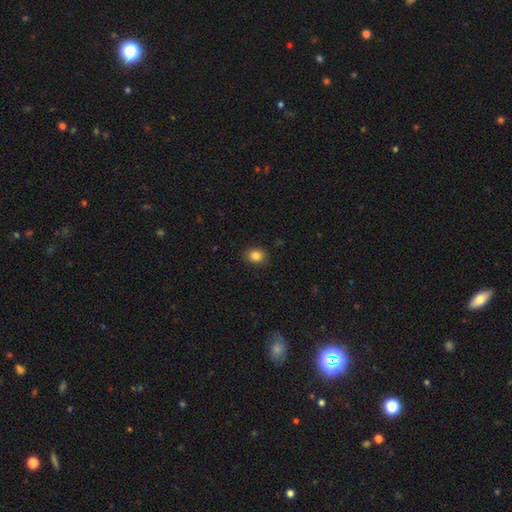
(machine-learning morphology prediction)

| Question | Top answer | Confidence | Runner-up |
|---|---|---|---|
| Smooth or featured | smooth | 85% | star or artifact (10%) |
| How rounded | in between | 51% | round (48%) |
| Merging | none | 88% | minor disturbance (8%) |